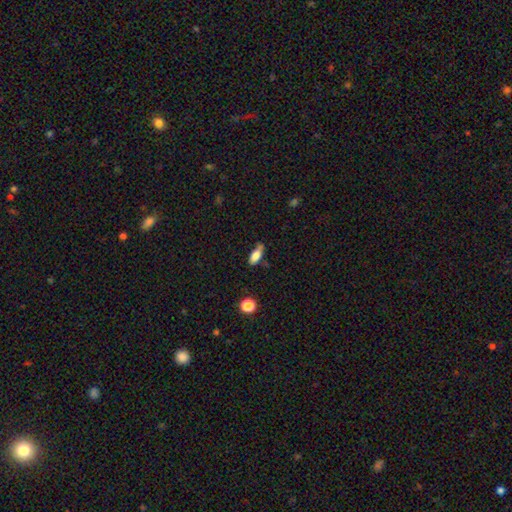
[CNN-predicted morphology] The model was most divided on "merging": none: 58%, minor disturbance: 27%, merger: 8%, major disturbance: 7%. More confident: how rounded — in between (83%); smooth or featured — smooth (80%).